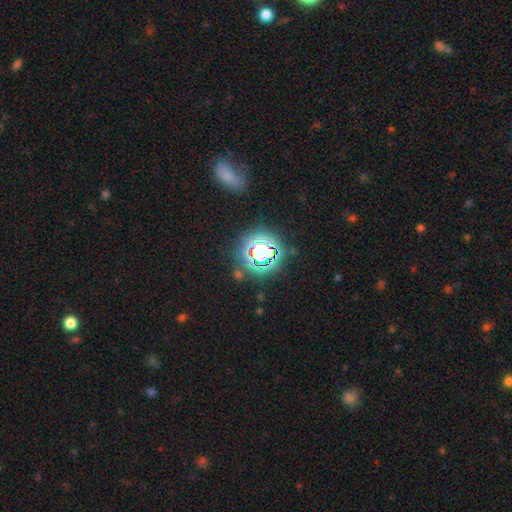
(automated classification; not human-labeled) Smooth or featured?
  - star or artifact: 74% *
  - smooth: 18%
  - featured or disk: 9%